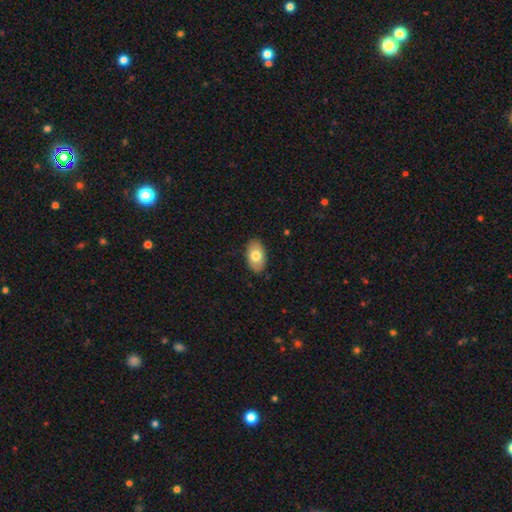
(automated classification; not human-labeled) smooth 77%, featured or disk 16%, star or artifact 7%. Down the decision tree: how rounded — in between (92%); merging — none (87%).